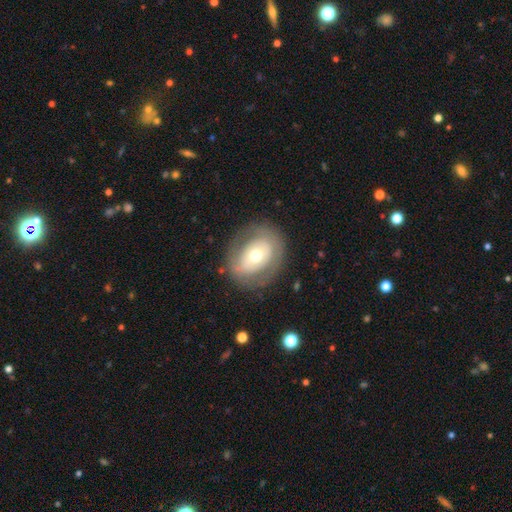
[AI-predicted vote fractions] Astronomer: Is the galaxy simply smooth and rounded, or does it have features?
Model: featured or disk — 48% (runner-up: smooth, 45%).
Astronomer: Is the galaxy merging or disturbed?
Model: none — 79%.